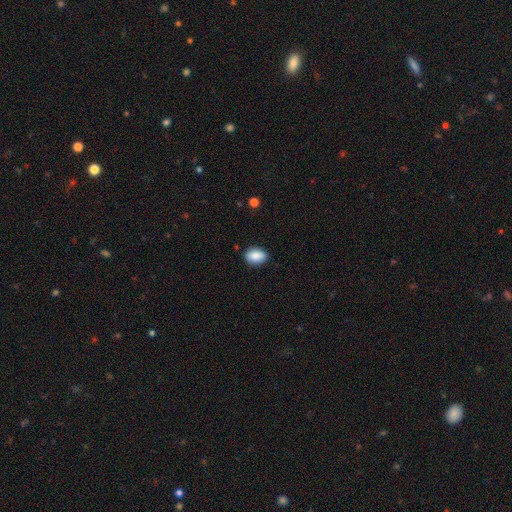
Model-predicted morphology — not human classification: The model was most divided on "how rounded": in between: 86%, round: 13%, cigar-shaped: 2%. More confident: smooth or featured — smooth (87%); merging — none (86%).